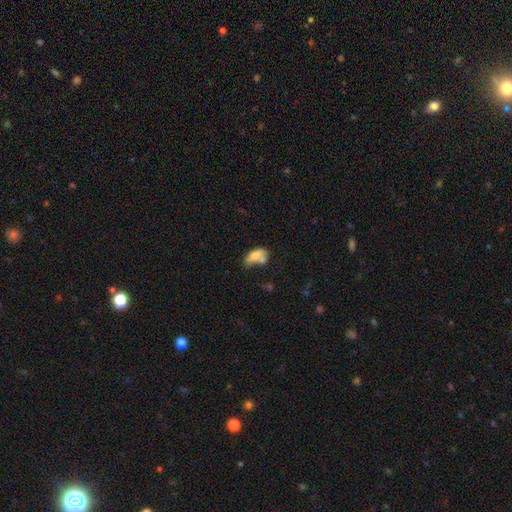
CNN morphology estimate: type=smooth (66%); roundness=in between (79%); merging=merger (39%).